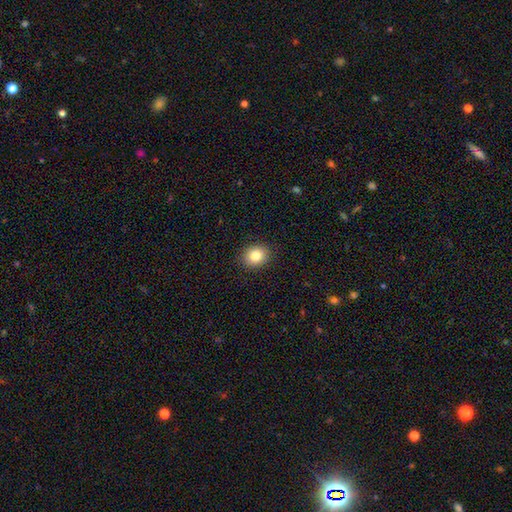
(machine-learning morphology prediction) Smooth or featured? Predicted: smooth (p=0.84). How rounded? Predicted: round (p=0.65). Merging? Predicted: none (p=0.90).